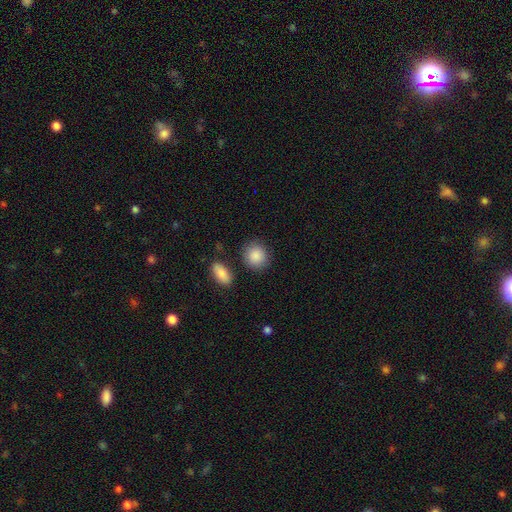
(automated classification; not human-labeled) This is clearly a smooth galaxy (89%). How rounded: likely round (77%). Merging: clearly none (82%).